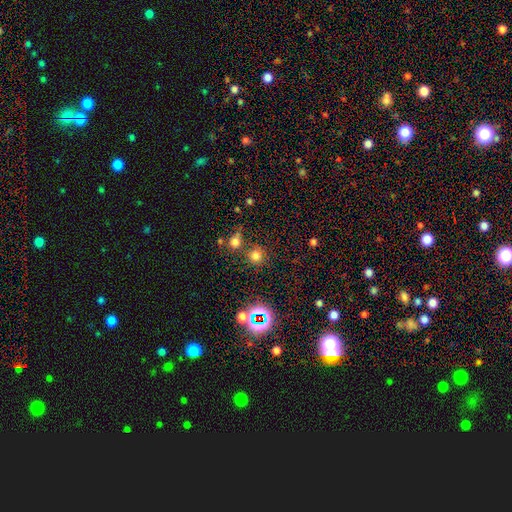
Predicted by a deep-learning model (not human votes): This is likely a smooth galaxy (70%). How rounded: clearly round (92%). Merging: likely none (74%).